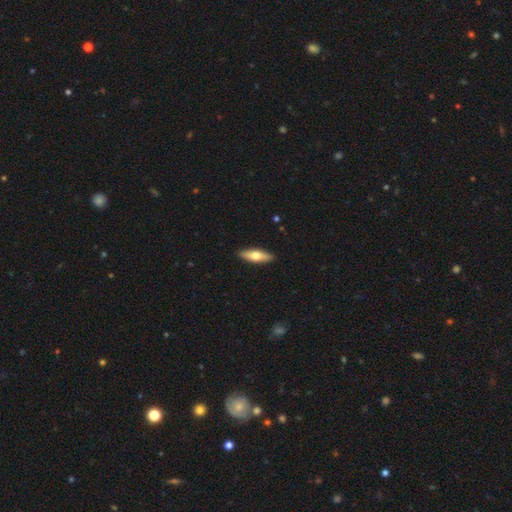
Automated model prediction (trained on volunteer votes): Overall: smooth (57%; featured or disk 38%). How rounded: cigar-shaped (56%; in between 41%). Merging: none (90%).